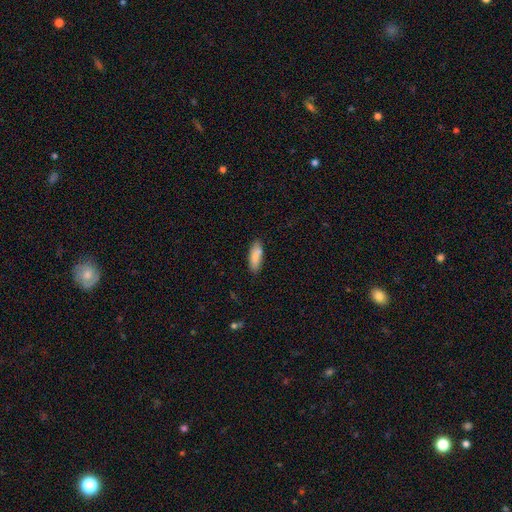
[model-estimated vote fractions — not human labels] Smooth or featured? Predicted: smooth (p=0.83). How rounded? Predicted: in between (p=0.62). Merging? Predicted: none (p=0.77).